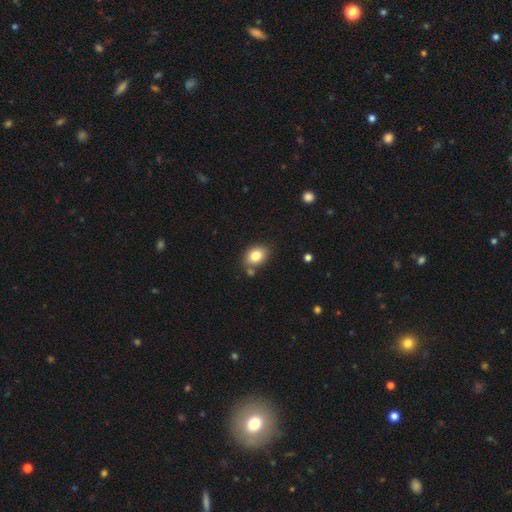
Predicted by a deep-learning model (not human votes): A smooth galaxy with no disk features (82%) that is in between round and cigar-shaped (63%).

Vote fractions:
- Smooth or featured? smooth: 82% / star or artifact: 9% / featured or disk: 9%
- How rounded? in between: 63% / round: 36% / cigar-shaped: 1%
- Merging? none: 72% / minor disturbance: 14% / merger: 10% / major disturbance: 3%